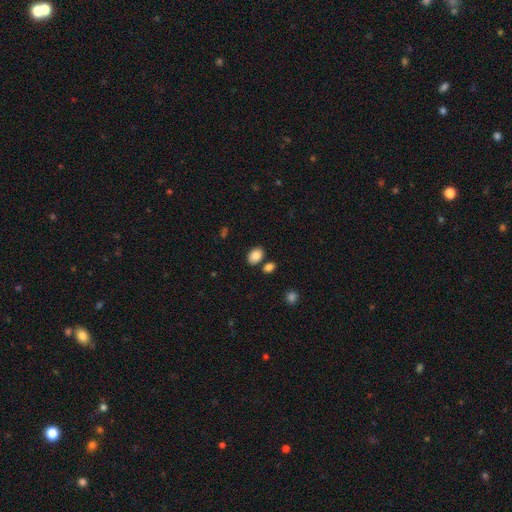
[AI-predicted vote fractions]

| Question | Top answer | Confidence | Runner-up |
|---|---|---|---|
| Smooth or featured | smooth | 86% | star or artifact (8%) |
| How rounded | in between | 80% | round (19%) |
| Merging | none | 76% | merger (11%) |